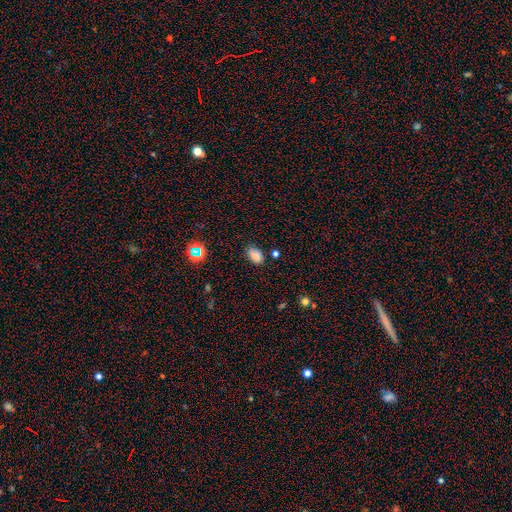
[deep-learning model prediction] The model was most divided on "merging": none: 69%, minor disturbance: 23%, major disturbance: 5%, merger: 3%. More confident: how rounded — in between (86%); smooth or featured — smooth (78%).